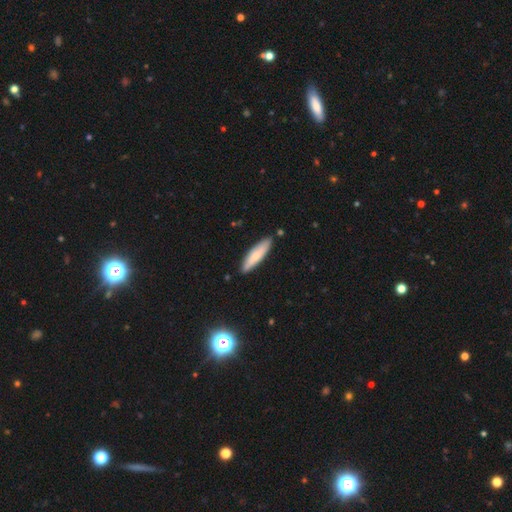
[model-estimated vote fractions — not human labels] This is likely a smooth galaxy (71%). How rounded: likely cigar-shaped (72%). Merging: clearly none (85%).